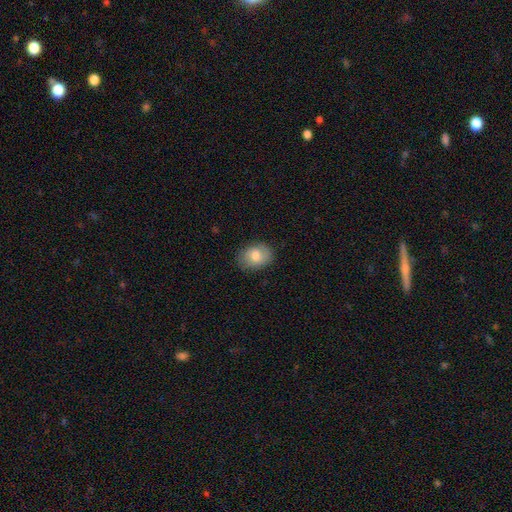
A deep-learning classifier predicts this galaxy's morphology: Overall: smooth (77%). How rounded: in between (71%). Merging: none (81%).